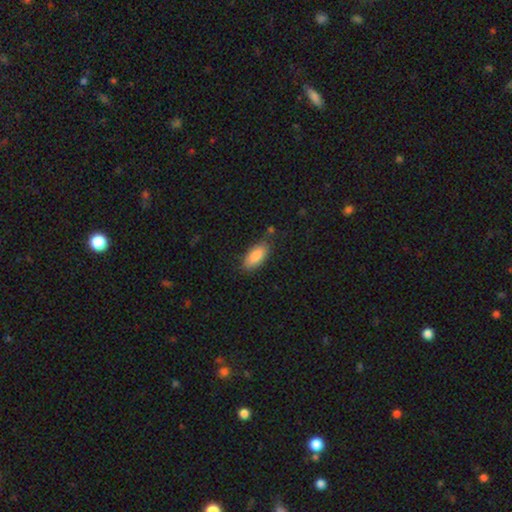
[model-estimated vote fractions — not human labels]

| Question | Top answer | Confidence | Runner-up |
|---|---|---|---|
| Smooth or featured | smooth | 87% | featured or disk (7%) |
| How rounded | in between | 87% | cigar-shaped (11%) |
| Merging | none | 77% | minor disturbance (16%) |